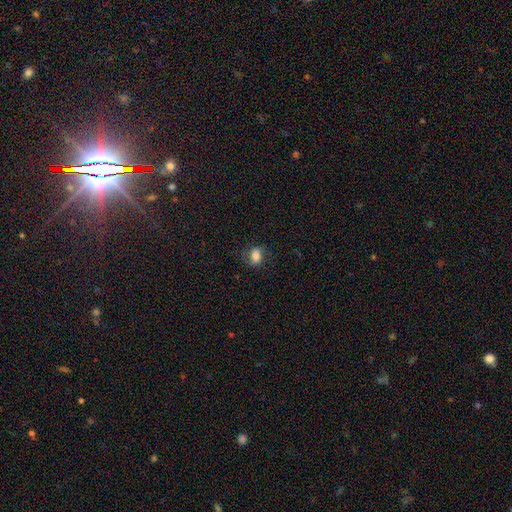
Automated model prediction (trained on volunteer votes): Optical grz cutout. It shows a smooth galaxy with no disk features (76%) that is in between round and cigar-shaped (72%). Merging: none (71%).